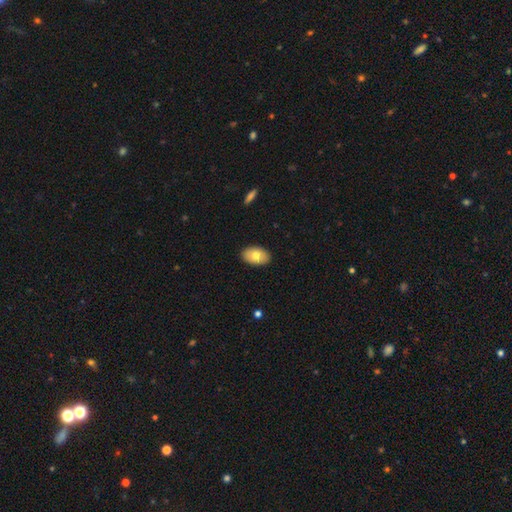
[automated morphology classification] Overall: smooth (76%). How rounded: in between (93%). Merging: none (89%).